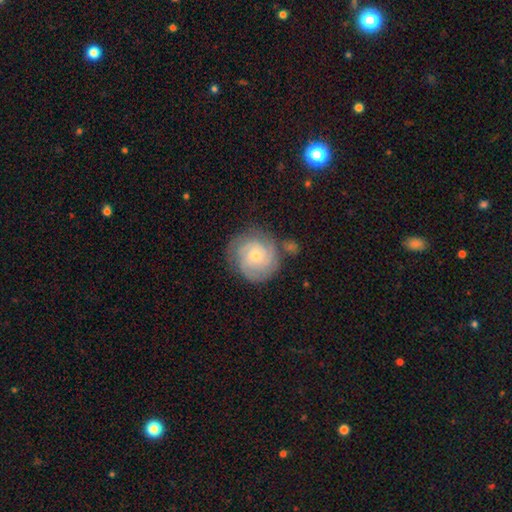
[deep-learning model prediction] This is likely a featured or disk galaxy (74%). It is clearly not viewed edge-on (98%). Bar: likely no (77%). Spiral arm pattern: clearly yes (95%). Spiral arm count: marginally 3 (33%). Spiral winding: likely tight (72%). Central bulge: likely small (67%). Merging: likely none (74%).